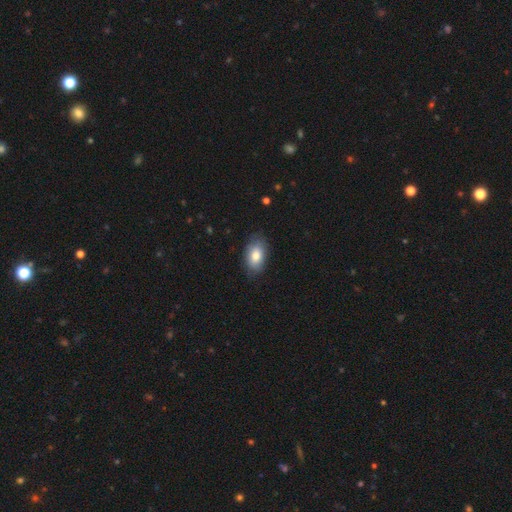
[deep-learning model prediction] Smooth or featured? smooth (81%)
How rounded? in between (91%)
Merging? none (80%)